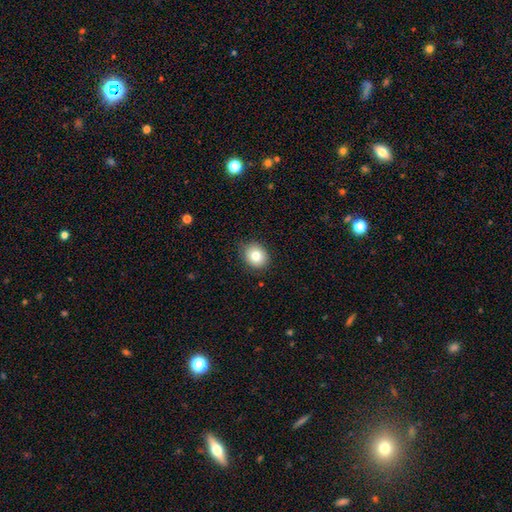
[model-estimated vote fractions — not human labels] Overall: smooth (80%). How rounded: round (70%). Merging: none (86%).